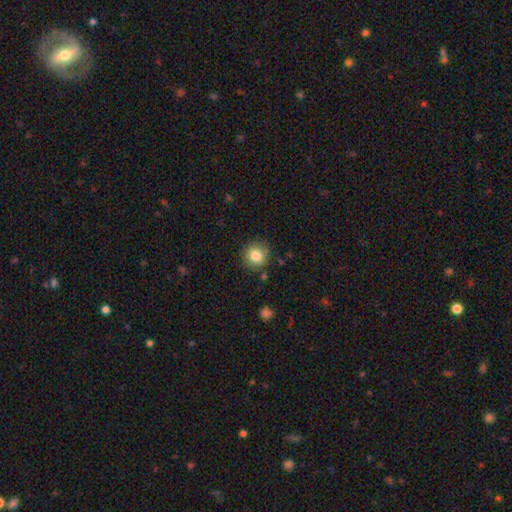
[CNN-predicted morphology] Smooth or featured: smooth — 83% (star or artifact — 10%)
How rounded: round — 88% (in between — 11%)
Merging: none — 81% (minor disturbance — 13%)